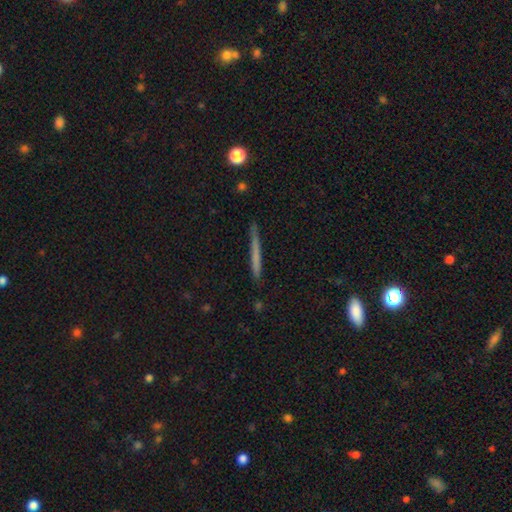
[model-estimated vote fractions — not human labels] Smooth or featured?
  - smooth: 59% *
  - featured or disk: 34%
  - star or artifact: 7%
How rounded?
  - cigar-shaped: 96% *
  - in between: 2%
  - round: 2%
Merging?
  - none: 88% *
  - minor disturbance: 9%
  - major disturbance: 2%
  - merger: 1%